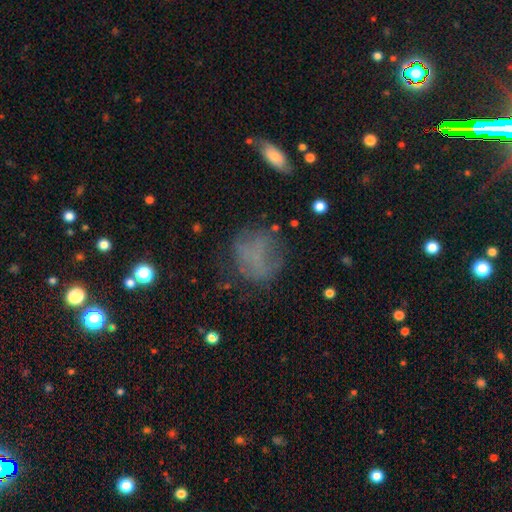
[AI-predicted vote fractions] smooth 57%, featured or disk 24%, star or artifact 20%. Down the decision tree: how rounded — round (67%); merging — none (59%).